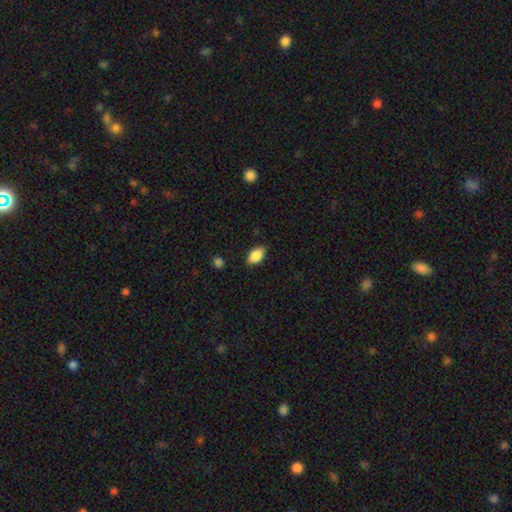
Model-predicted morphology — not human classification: type=smooth (86%); roundness=in between (90%); merging=none (83%).